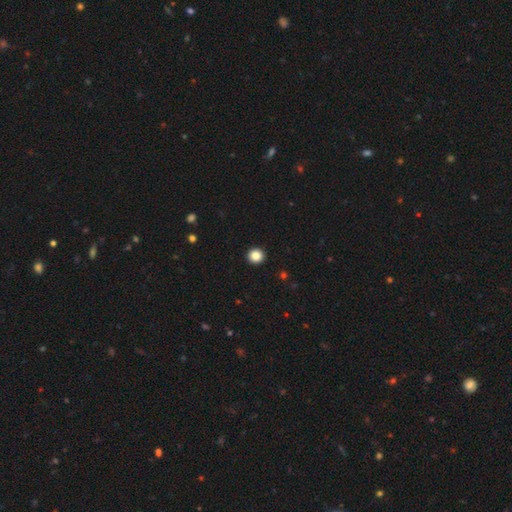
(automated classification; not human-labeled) Q: Smooth or featured?
A: smooth (87%); runner-up: star or artifact (10%)
Q: How rounded?
A: round (94%); runner-up: in between (5%)
Q: Merging?
A: none (94%); runner-up: minor disturbance (4%)